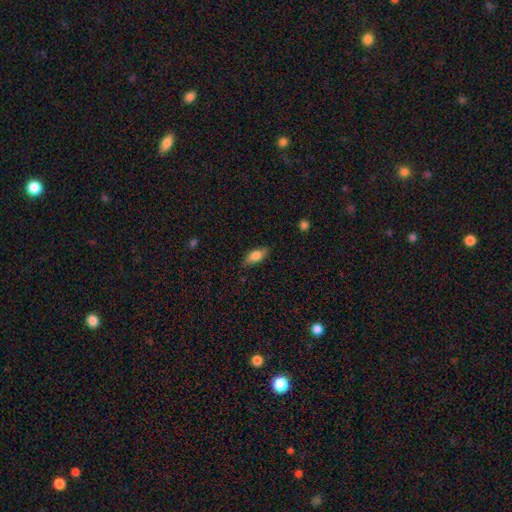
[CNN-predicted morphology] Smooth or featured? Predicted: smooth (p=0.79). How rounded? Predicted: in between (p=0.80). Merging? Predicted: none (p=0.82).